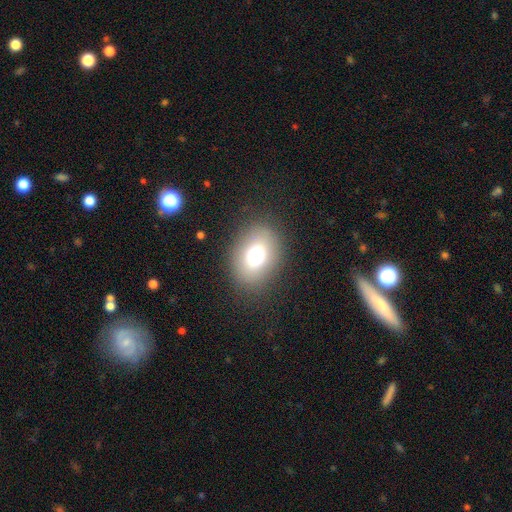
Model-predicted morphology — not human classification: A smooth galaxy with no disk features (70%) that is in between round and cigar-shaped (58%).

Vote fractions:
- Smooth or featured? smooth: 70% / star or artifact: 16% / featured or disk: 14%
- How rounded? in between: 58% / round: 40% / cigar-shaped: 1%
- Merging? none: 84% / minor disturbance: 10% / major disturbance: 5% / merger: 1%